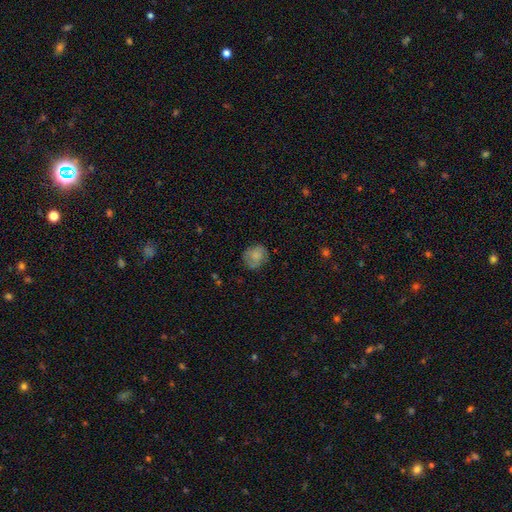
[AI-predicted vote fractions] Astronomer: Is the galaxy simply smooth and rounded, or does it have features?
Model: smooth — 75%.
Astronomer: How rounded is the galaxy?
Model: round — 75%.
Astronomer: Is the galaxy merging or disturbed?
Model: none — 71%.